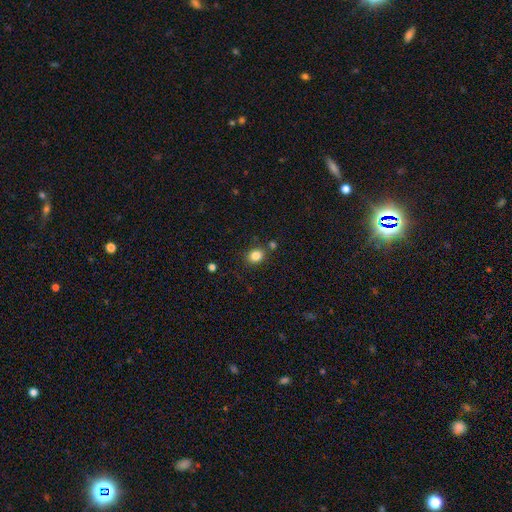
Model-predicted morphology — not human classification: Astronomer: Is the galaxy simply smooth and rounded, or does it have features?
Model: smooth — 83%.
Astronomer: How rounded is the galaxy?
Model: round — 55% (runner-up: in between, 44%).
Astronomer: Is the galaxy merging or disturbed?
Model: none — 79%.